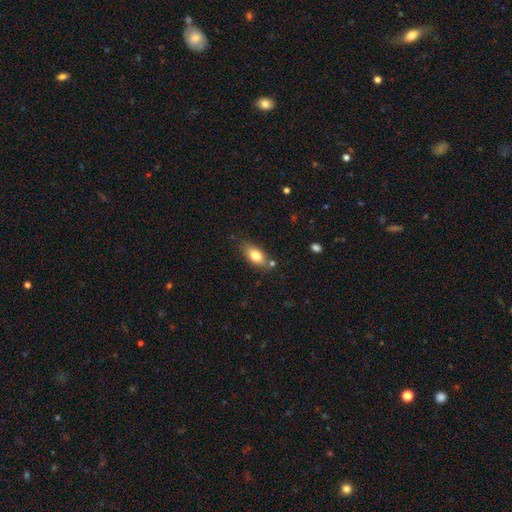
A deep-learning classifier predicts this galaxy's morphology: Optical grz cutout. It shows a smooth galaxy with no disk features (78%) that is in between round and cigar-shaped (87%). Merging: none (73%).